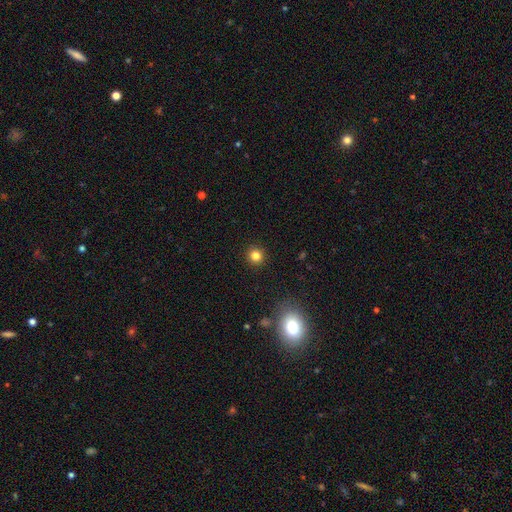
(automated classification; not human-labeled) A smooth galaxy with no disk features (83%) that is round (92%). Merging: none (92%).